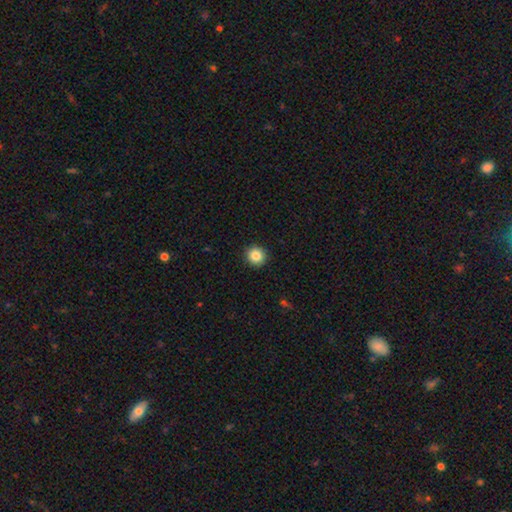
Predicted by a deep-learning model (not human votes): The model was most divided on "smooth or featured": smooth: 85%, star or artifact: 10%, featured or disk: 5%. More confident: how rounded — round (93%); merging — none (93%).